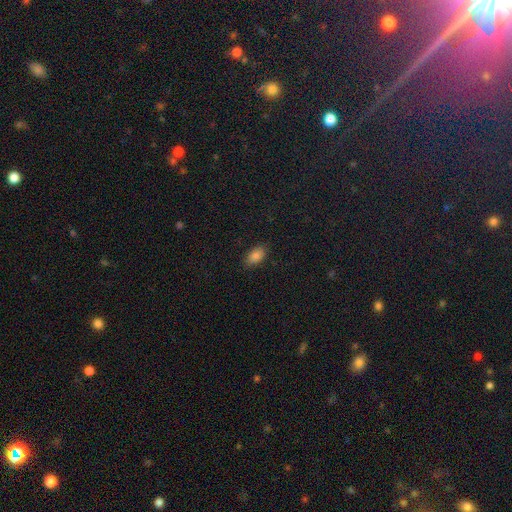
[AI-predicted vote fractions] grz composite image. It shows a smooth galaxy with no disk features (86%) that is in between round and cigar-shaped (92%). Merging: none (86%).